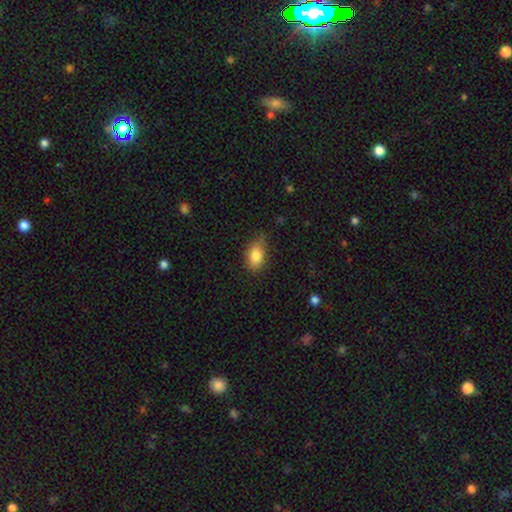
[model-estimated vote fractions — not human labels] A smooth galaxy with no disk features (84%) that is in between round and cigar-shaped (86%). Merging: none (63%).